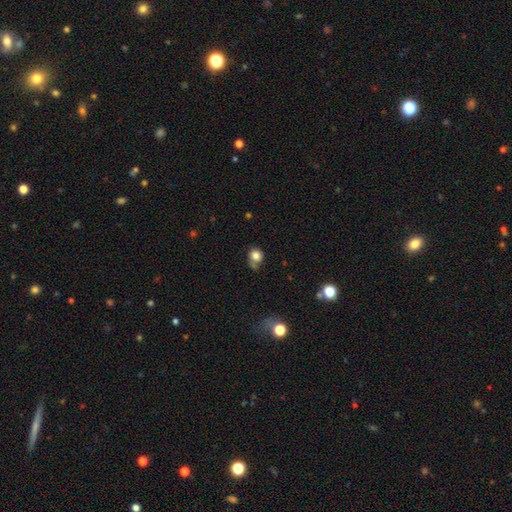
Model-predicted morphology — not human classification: type=smooth (81%); roundness=round (79%); merging=none (53%).